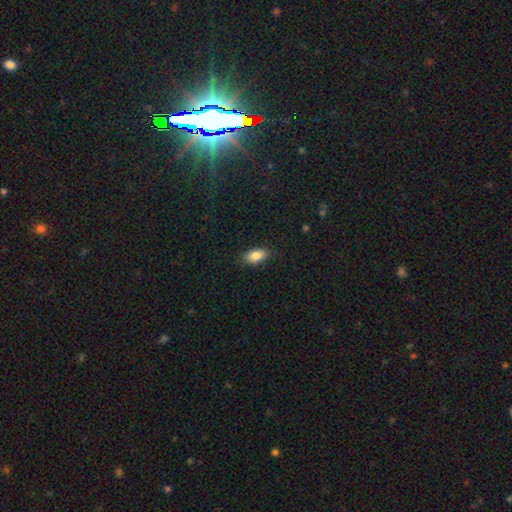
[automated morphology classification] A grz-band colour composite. It shows a smooth galaxy with no disk features (86%) that is in between round and cigar-shaped (91%). Merging: none (85%).